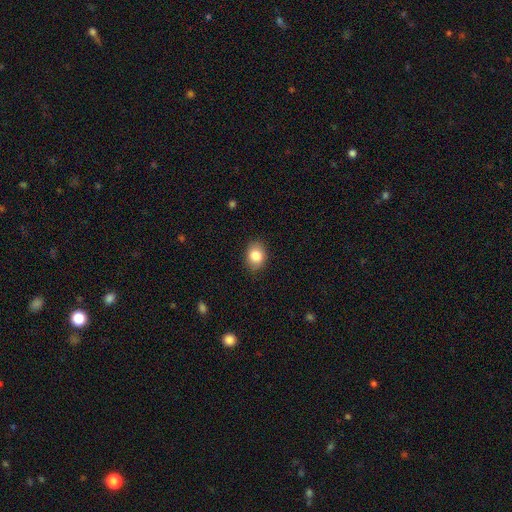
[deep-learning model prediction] A smooth galaxy with no disk features (85%) that is in between round and cigar-shaped (57%). Merging: none (84%).